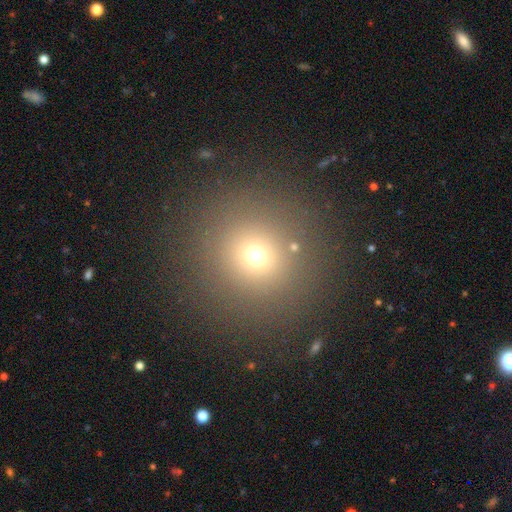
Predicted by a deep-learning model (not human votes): The model was most divided on "smooth or featured": smooth: 67%, star or artifact: 23%, featured or disk: 10%. More confident: how rounded — round (93%); merging — none (87%).